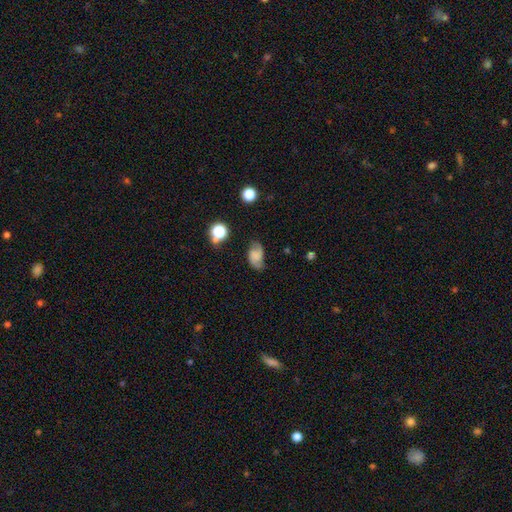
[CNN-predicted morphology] Smooth or featured? featured or disk (47%)
Merging? none (65%)